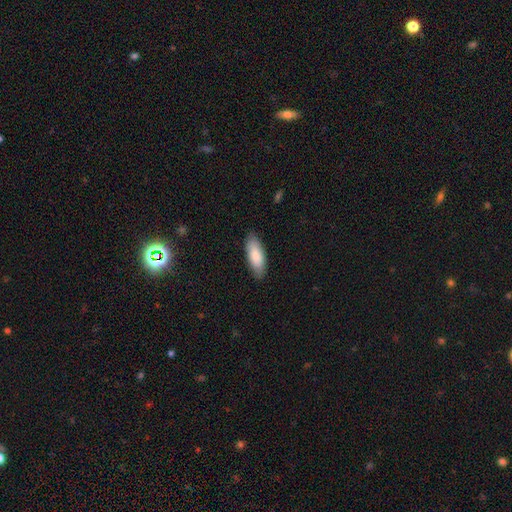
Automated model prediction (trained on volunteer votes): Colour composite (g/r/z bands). It shows a smooth galaxy with no disk features (84%) that is in between round and cigar-shaped (75%). Merging: none (84%).